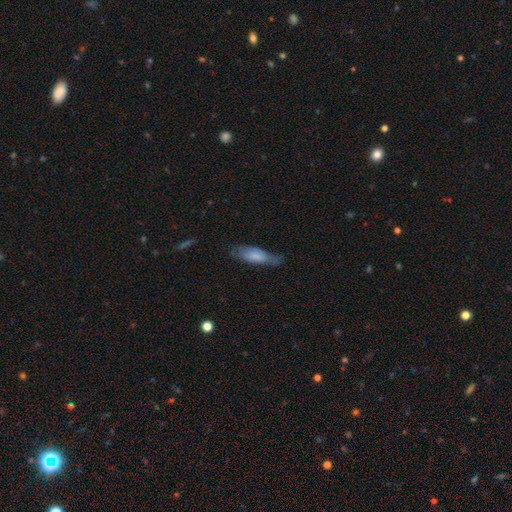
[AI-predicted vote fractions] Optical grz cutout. It shows a smooth galaxy with no disk features (69%) that is cigar-shaped (49%, tied with in between). Merging: none (58%).